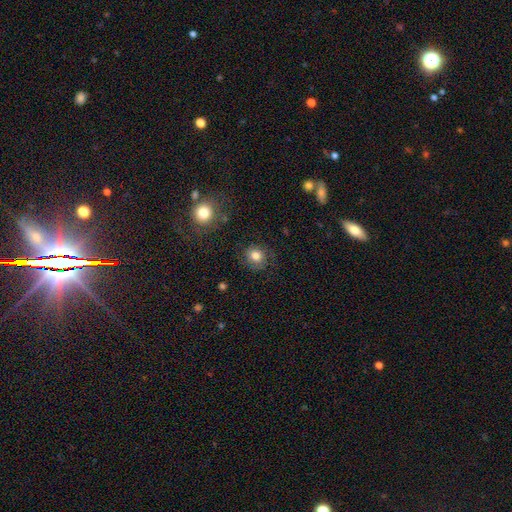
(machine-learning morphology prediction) This appears to be a smooth galaxy with no disk features (76%) that is round (79%). Merging: none (77%).